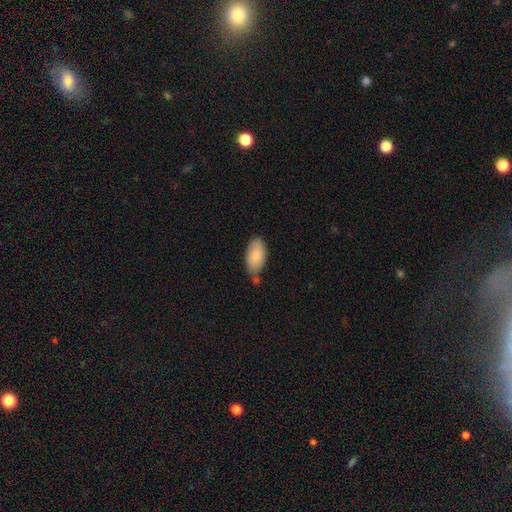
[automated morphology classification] A smooth galaxy with no disk features (83%) that is in between round and cigar-shaped (95%).

Vote fractions:
- Smooth or featured? smooth: 83% / featured or disk: 11% / star or artifact: 6%
- How rounded? in between: 95% / round: 3% / cigar-shaped: 3%
- Merging? none: 64% / minor disturbance: 23% / merger: 9% / major disturbance: 4%